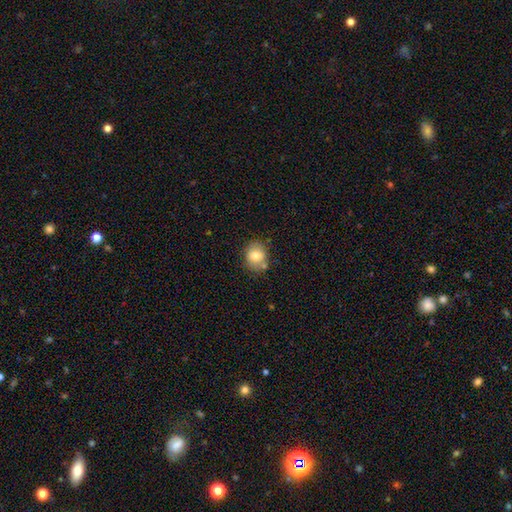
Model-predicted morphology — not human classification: smooth_or_featured: smooth (p=0.77) [alt: featured or disk p=0.14]
how_rounded: round (p=0.64) [alt: in between p=0.36]
merging: none (p=0.71) [alt: minor disturbance p=0.16]